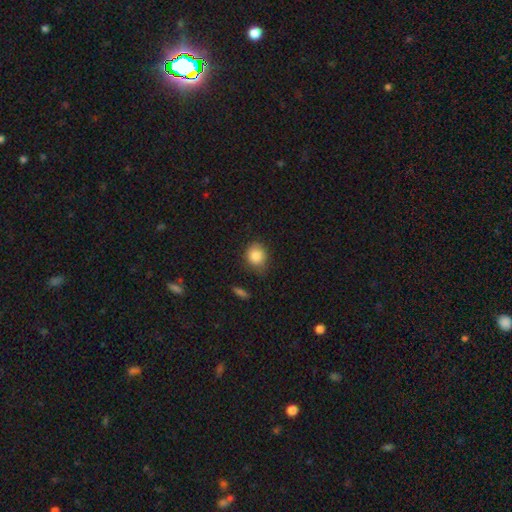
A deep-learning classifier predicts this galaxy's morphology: type=smooth (86%); roundness=round (68%); merging=none (70%).